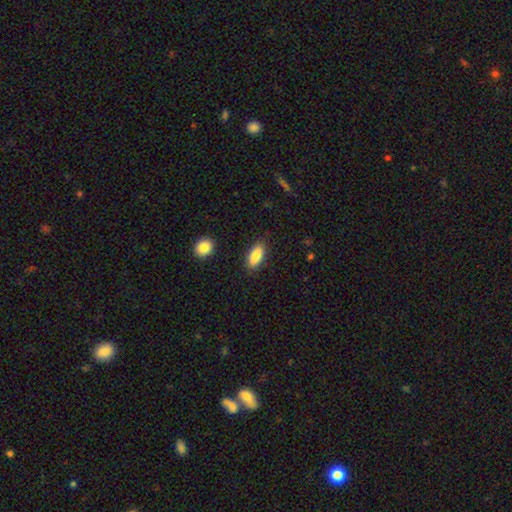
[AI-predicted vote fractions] Smooth or featured: smooth — 86% (featured or disk — 7%)
How rounded: in between — 87% (cigar-shaped — 11%)
Merging: none — 85% (minor disturbance — 10%)